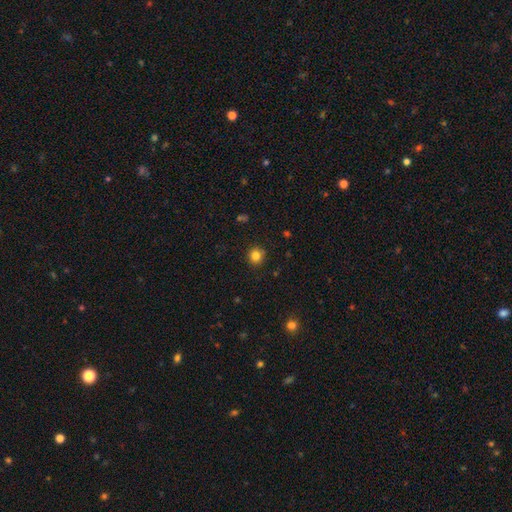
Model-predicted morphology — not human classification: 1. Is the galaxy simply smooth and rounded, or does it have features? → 83% smooth, 12% star or artifact, 5% featured or disk.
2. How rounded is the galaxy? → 92% round, 7% in between, 1% cigar-shaped.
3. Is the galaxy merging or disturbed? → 90% none, 7% minor disturbance, 2% major disturbance, 1% merger.